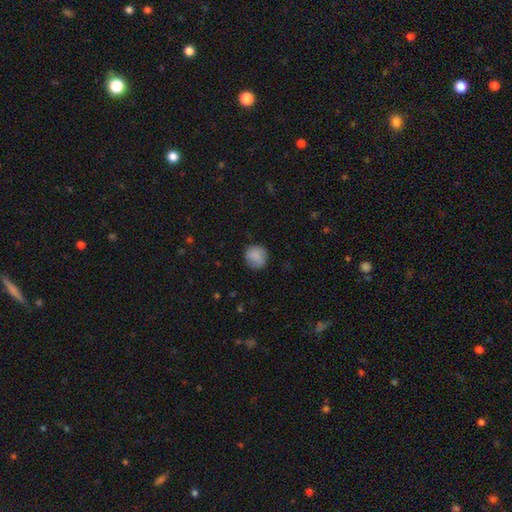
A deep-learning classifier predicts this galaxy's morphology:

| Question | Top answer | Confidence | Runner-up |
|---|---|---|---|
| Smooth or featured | smooth | 85% | star or artifact (8%) |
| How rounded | round | 89% | in between (10%) |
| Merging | none | 81% | minor disturbance (14%) |